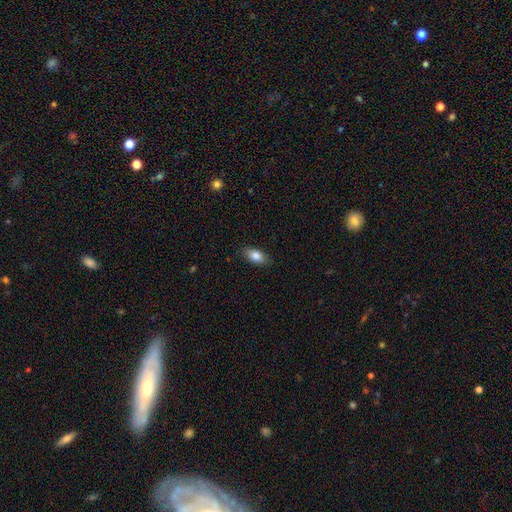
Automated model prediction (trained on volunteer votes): smooth_or_featured: smooth (p=0.83) [alt: featured or disk p=0.10]
how_rounded: in between (p=0.89) [alt: cigar-shaped p=0.07]
merging: none (p=0.86) [alt: minor disturbance p=0.11]